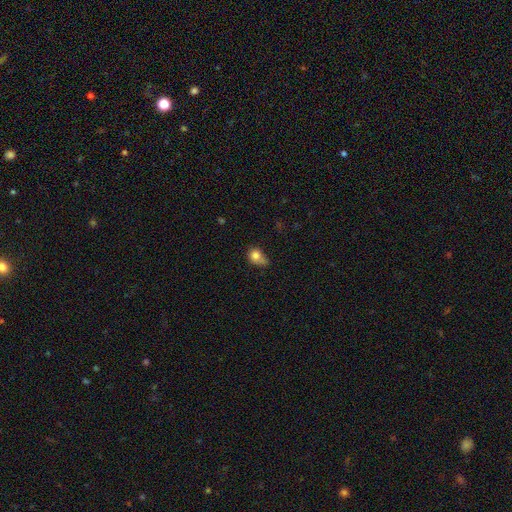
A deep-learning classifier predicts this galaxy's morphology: A smooth galaxy with no disk features (80%) that is in between round and cigar-shaped (53%). Merging: minor disturbance (42%).